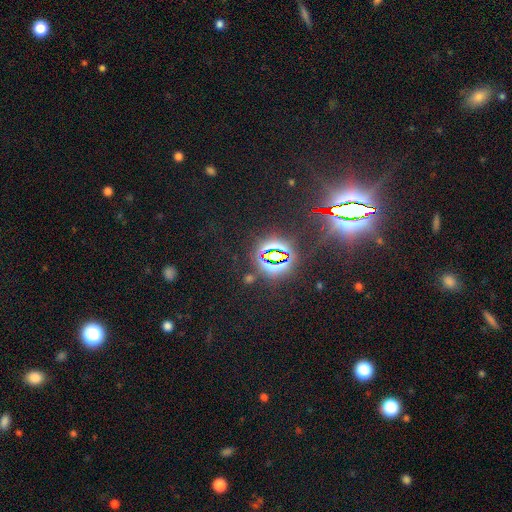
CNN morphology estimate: A star or artifact, not a galaxy (84%).

Vote fractions:
- Smooth or featured? star or artifact: 84% / smooth: 10% / featured or disk: 6%